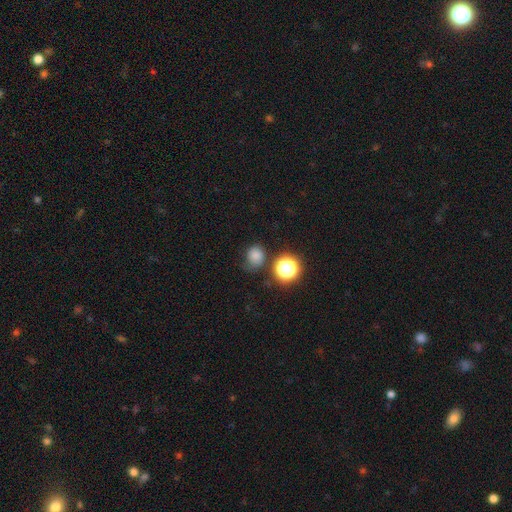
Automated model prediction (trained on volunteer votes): A smooth galaxy with no disk features (77%) that is round (71%). Merging: none (59%).